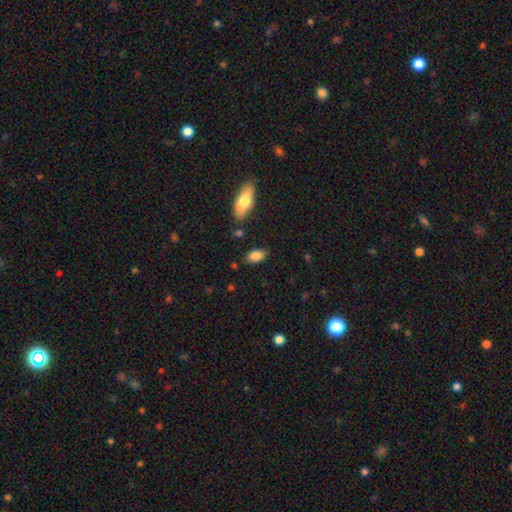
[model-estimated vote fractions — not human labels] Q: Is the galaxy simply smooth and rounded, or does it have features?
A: smooth — 86%.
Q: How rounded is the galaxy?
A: in between — 91%.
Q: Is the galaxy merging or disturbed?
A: none — 80%.